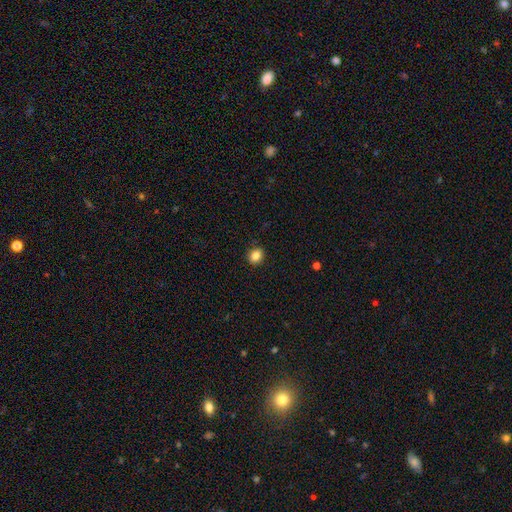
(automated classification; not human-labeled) smooth-or-featured: smooth: 85% | star or artifact: 10% | featured or disk: 5%
  how-rounded: round: 61% | in between: 38% | cigar-shaped: 1%
  merging: none: 90% | minor disturbance: 7% | major disturbance: 2% | merger: 1%